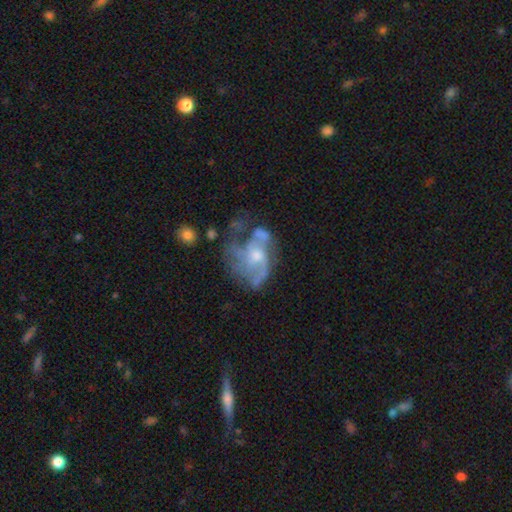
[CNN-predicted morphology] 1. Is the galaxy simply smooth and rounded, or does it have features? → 76% featured or disk, 14% smooth, 9% star or artifact.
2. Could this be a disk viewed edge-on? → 98% no, 2% yes.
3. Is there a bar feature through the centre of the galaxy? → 72% no, 24% weak, 4% strong.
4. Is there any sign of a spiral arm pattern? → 74% yes, 26% no.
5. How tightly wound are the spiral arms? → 43% medium, 36% loose, 21% tight.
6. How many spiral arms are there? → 30% can't tell, 29% 3, 19% 2, 11% 4, 6% 1, 5% more than 4.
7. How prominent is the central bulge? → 51% moderate, 35% small, 8% none, 5% large, 1% dominant.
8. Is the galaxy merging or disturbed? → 37% none, 34% major disturbance, 19% minor disturbance, 10% merger.